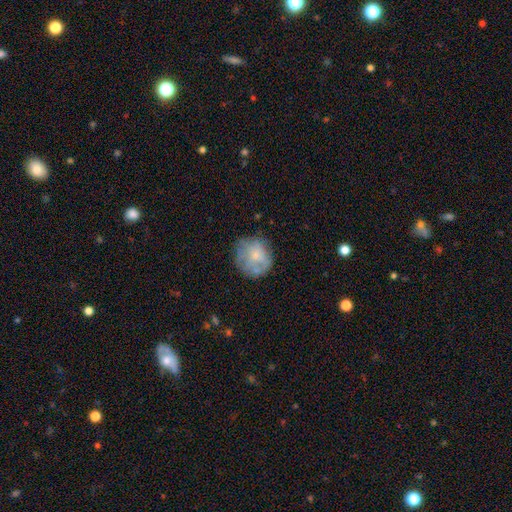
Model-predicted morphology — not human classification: Smooth or featured: smooth — 55% (featured or disk — 37%)
How rounded: round — 82% (in between — 17%)
Merging: none — 64% (minor disturbance — 23%)